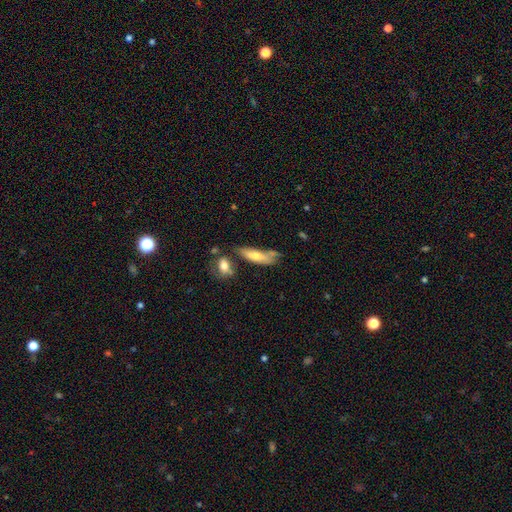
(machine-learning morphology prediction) This is possibly a smooth galaxy (59%). How rounded: likely cigar-shaped (60%). Merging: possibly none (49%).